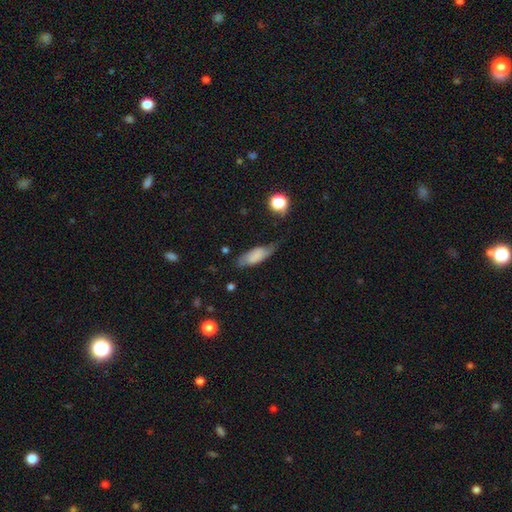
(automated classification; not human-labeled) smooth_or_featured: smooth (p=0.72) [alt: featured or disk p=0.20]
how_rounded: in between (p=0.70) [alt: cigar-shaped p=0.28]
merging: none (p=0.51) [alt: minor disturbance p=0.34]